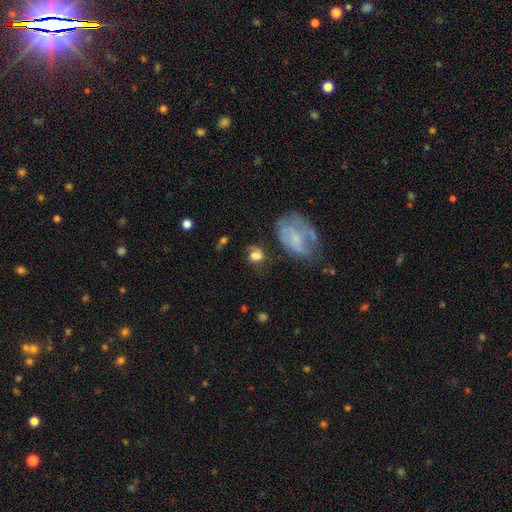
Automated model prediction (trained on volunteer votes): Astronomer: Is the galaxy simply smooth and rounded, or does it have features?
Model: smooth — 65%.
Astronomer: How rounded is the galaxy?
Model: round — 57% (runner-up: in between, 41%).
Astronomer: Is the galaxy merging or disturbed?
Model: none — 49%.